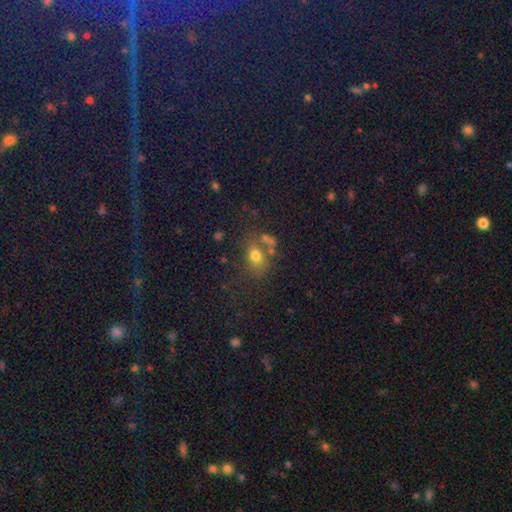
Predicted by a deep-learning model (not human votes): The model was most divided on "how rounded": in between: 55%, round: 44%, cigar-shaped: 2%. More confident: smooth or featured — smooth (70%); merging — none (55%).